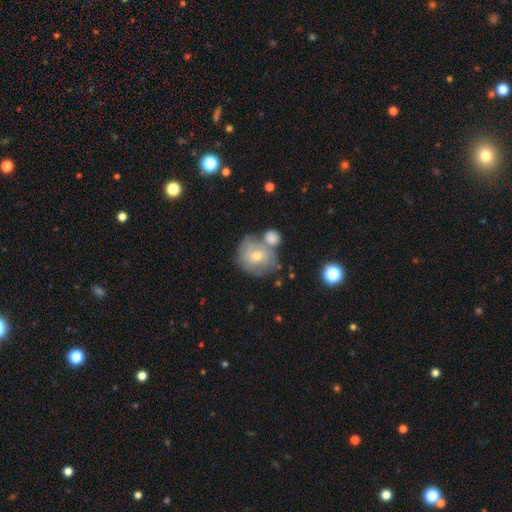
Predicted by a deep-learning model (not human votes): Overall: featured or disk (49%; smooth 41%). Merging: none (47%; merger 31%).